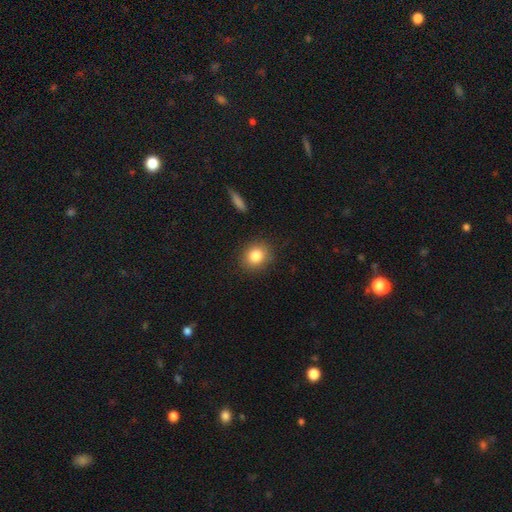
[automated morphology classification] smooth-or-featured: smooth: 83% | star or artifact: 10% | featured or disk: 7%
  how-rounded: round: 74% | in between: 25% | cigar-shaped: 1%
  merging: none: 88% | minor disturbance: 8% | major disturbance: 2% | merger: 1%